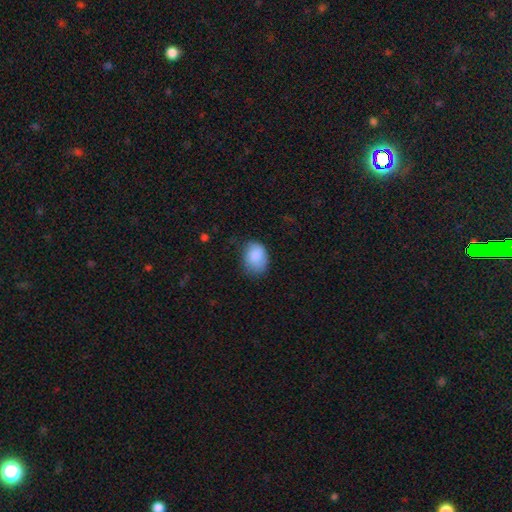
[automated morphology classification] This is clearly a smooth galaxy (86%). How rounded: likely in between (72%). Merging: likely none (62%).